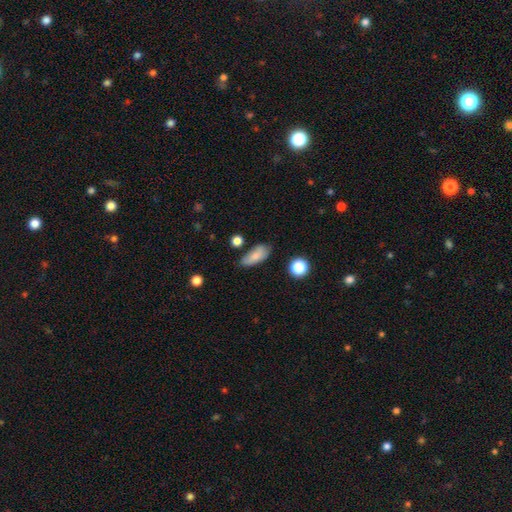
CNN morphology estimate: This is likely a smooth galaxy (77%). How rounded: clearly in between (85%). Merging: likely none (69%).